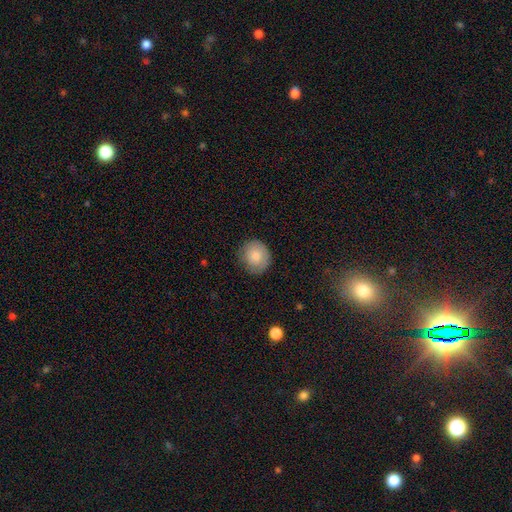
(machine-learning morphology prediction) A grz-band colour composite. It shows a smooth galaxy with no disk features (81%) that is round (81%). Merging: none (81%).